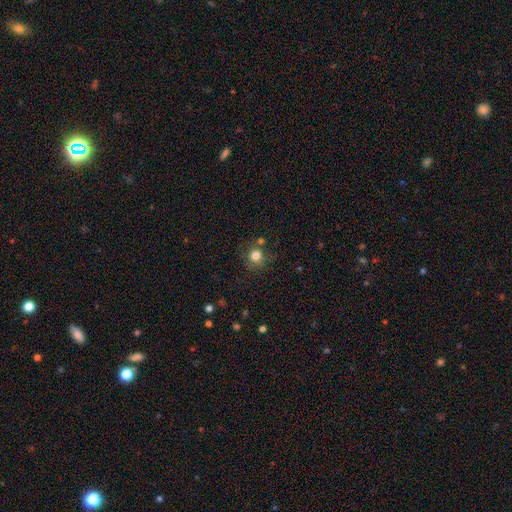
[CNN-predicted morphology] smooth 80%, star or artifact 14%, featured or disk 7%. Down the decision tree: how rounded — round (91%); merging — none (78%).